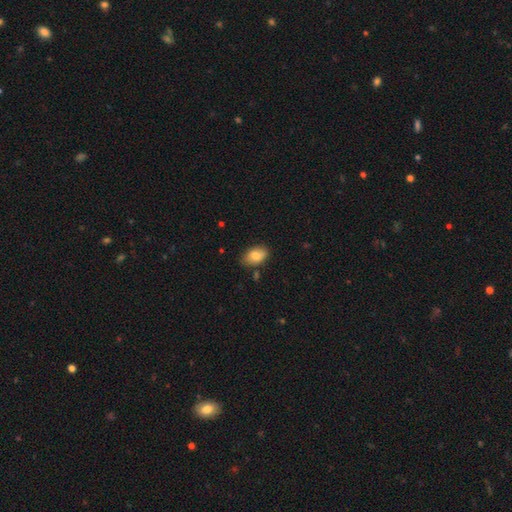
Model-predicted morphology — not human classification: smooth-or-featured: smooth: 77% | featured or disk: 16% | star or artifact: 7%
  how-rounded: in between: 88% | round: 11% | cigar-shaped: 1%
  merging: none: 79% | minor disturbance: 16% | major disturbance: 3% | merger: 2%